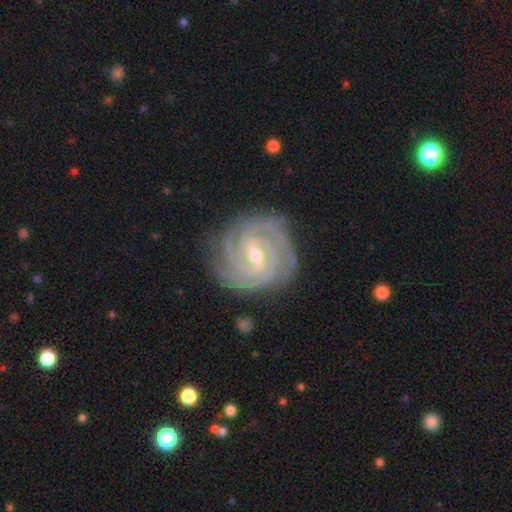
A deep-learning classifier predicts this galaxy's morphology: smooth-or-featured: featured or disk: 93% | star or artifact: 4% | smooth: 3%
  disk-edge-on: no: 98% | yes: 2%
    bar: weak: 52% | strong: 28% | no: 19%
    has-spiral-arms: yes: 99% | no: 1%
      spiral-winding: tight: 84% | medium: 15% | loose: 2%
      spiral-arm-count: 3: 36% | 4: 28% | 2: 13% | can't tell: 11% | more than 4: 7% | 1: 6%
    bulge-size: moderate: 55% | small: 42% | large: 1% | none: 1% | dominant: 1%
  merging: none: 83% | minor disturbance: 13% | major disturbance: 3% | merger: 1%